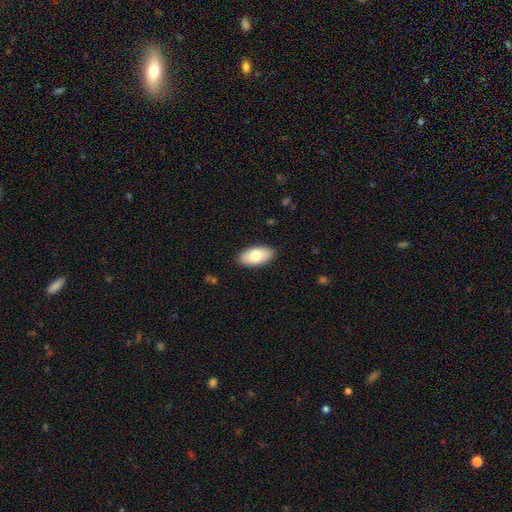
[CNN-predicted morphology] A smooth galaxy with no disk features (79%) that is in between round and cigar-shaped (93%). Merging: none (88%).